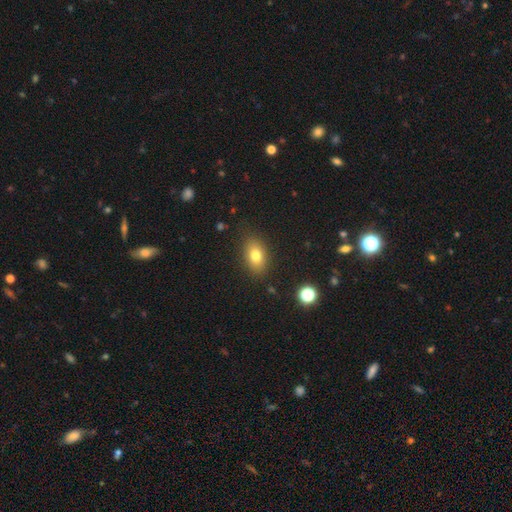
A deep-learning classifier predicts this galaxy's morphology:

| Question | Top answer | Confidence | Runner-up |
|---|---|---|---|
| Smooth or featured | smooth | 77% | featured or disk (13%) |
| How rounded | in between | 83% | round (14%) |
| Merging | none | 85% | minor disturbance (11%) |